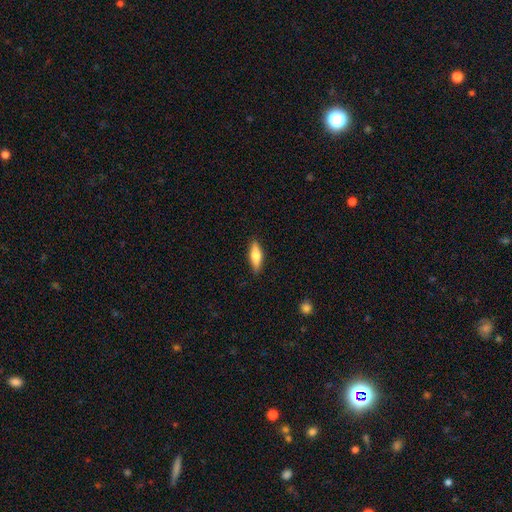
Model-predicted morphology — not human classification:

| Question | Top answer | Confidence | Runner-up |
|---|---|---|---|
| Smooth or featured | smooth | 68% | featured or disk (26%) |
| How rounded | in between | 53% | cigar-shaped (45%) |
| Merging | none | 88% | minor disturbance (9%) |